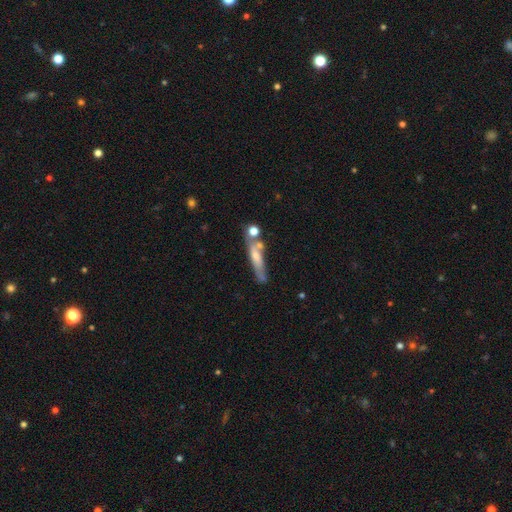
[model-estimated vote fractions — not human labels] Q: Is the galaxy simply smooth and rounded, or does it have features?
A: featured or disk — 51%.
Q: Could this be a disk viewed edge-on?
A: yes — 73%.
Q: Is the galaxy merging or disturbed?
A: none — 60%.